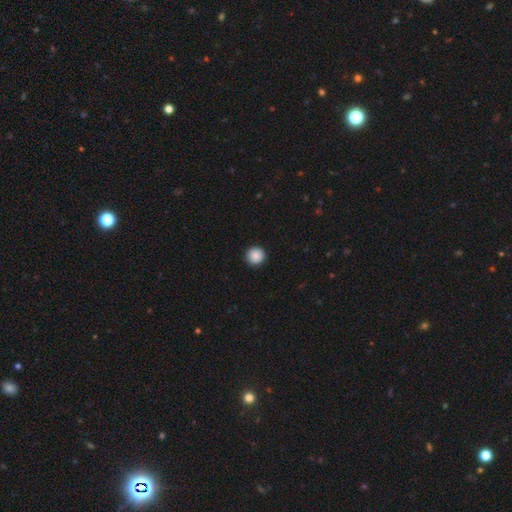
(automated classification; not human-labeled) A smooth galaxy with no disk features (89%) that is round (95%). Merging: none (92%).